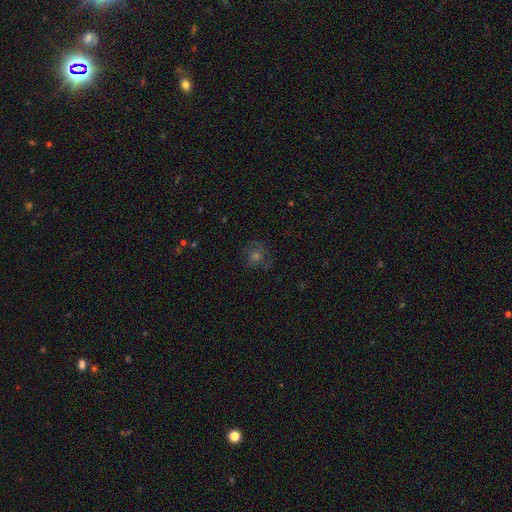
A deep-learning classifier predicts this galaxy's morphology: Overall: smooth (38%; featured or disk 34%). Merging: none (75%).